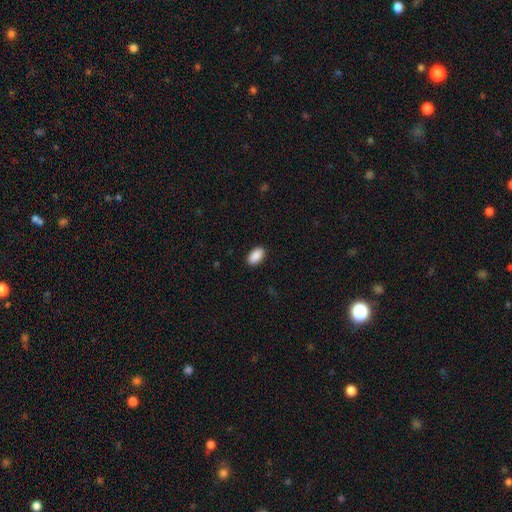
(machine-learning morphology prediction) Q: Smooth or featured?
A: smooth (90%); runner-up: star or artifact (7%)
Q: How rounded?
A: in between (94%); runner-up: round (4%)
Q: Merging?
A: none (90%); runner-up: minor disturbance (7%)